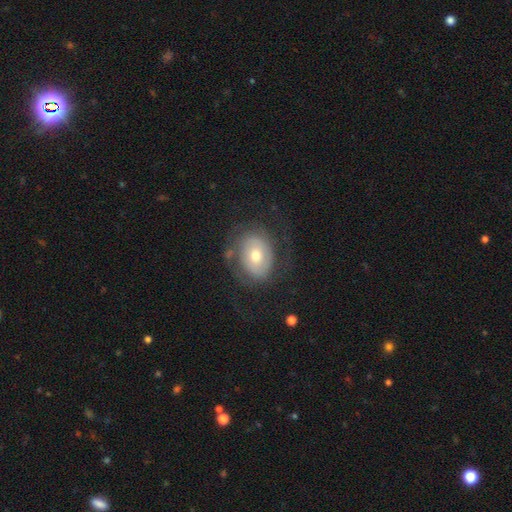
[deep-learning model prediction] Smooth or featured?
  - featured or disk: 58% *
  - smooth: 33%
  - star or artifact: 9%
Edge-on disk?
  - no: 96% *
  - yes: 4%
Bar?
  - no: 70% *
  - weak: 22%
  - strong: 8%
Spiral arms?
  - yes: 61% *
  - no: 39%
Bulge size?
  - moderate: 66% *
  - small: 25%
  - large: 6%
  - dominant: 1%
  - none: 1%
Merging?
  - none: 68% *
  - minor disturbance: 16%
  - major disturbance: 14%
  - merger: 2%